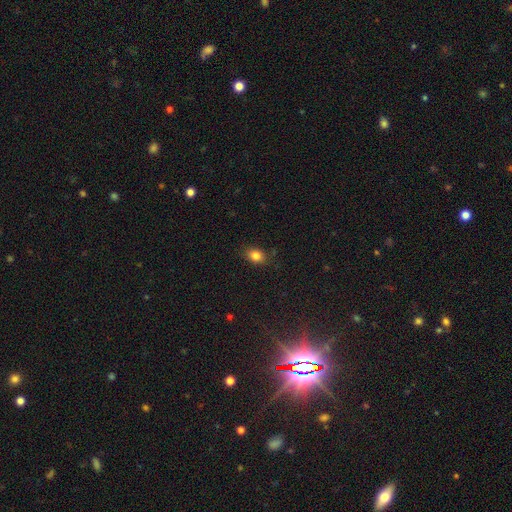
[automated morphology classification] type=smooth (83%); roundness=in between (67%); merging=none (82%).